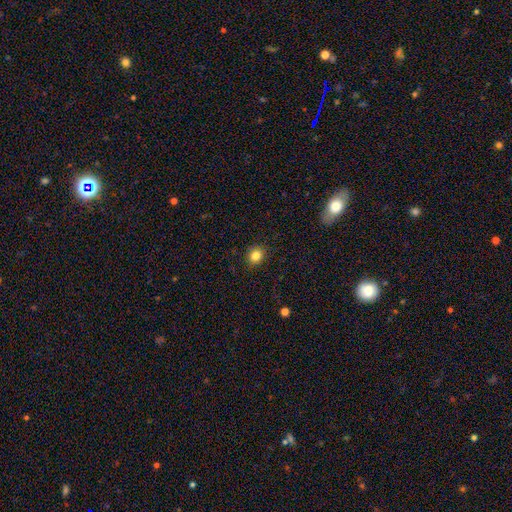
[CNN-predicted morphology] smooth-or-featured: smooth: 84% | star or artifact: 11% | featured or disk: 5%
  how-rounded: round: 74% | in between: 25% | cigar-shaped: 1%
  merging: none: 90% | minor disturbance: 7% | major disturbance: 2% | merger: 1%